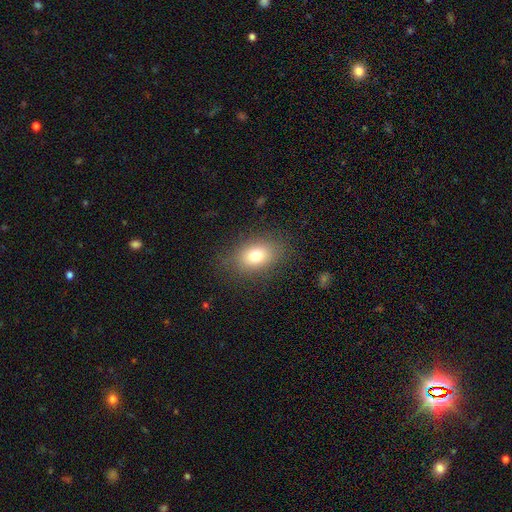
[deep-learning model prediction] Smooth or featured? smooth (76%)
How rounded? in between (75%)
Merging? none (82%)